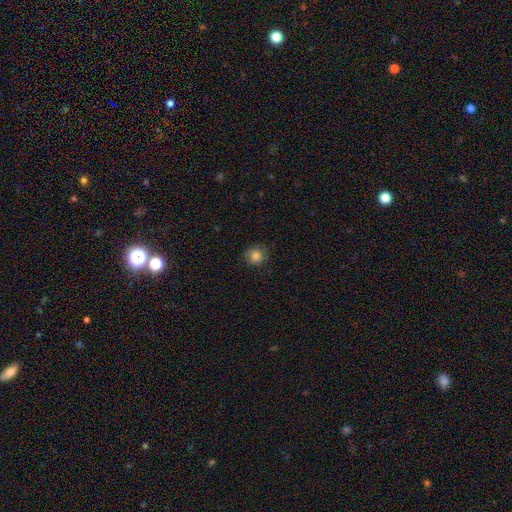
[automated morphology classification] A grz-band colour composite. It shows a smooth galaxy with no disk features (82%) that is round (87%). Merging: none (82%).